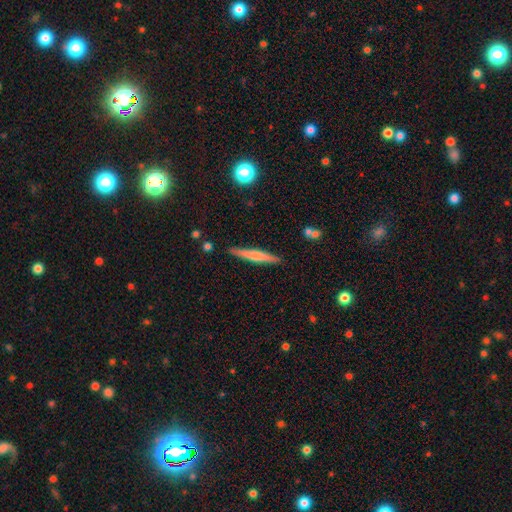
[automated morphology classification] smooth-or-featured: smooth: 54% | featured or disk: 40% | star or artifact: 6%
  how-rounded: cigar-shaped: 95% | in between: 4% | round: 1%
  merging: none: 89% | minor disturbance: 8% | merger: 2% | major disturbance: 2%